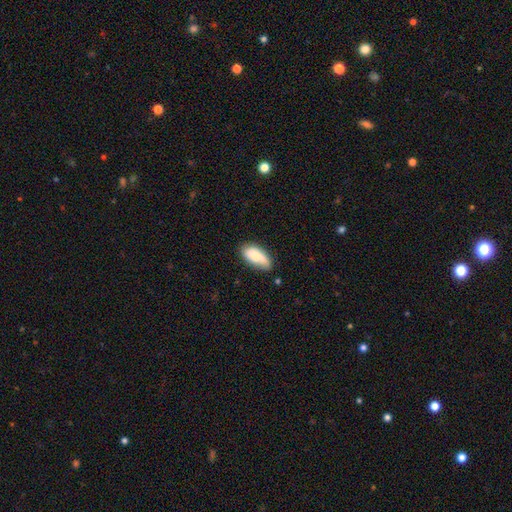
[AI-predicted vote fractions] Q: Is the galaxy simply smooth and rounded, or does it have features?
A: smooth — 73%.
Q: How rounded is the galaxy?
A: in between — 91%.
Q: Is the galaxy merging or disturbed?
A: none — 62%.